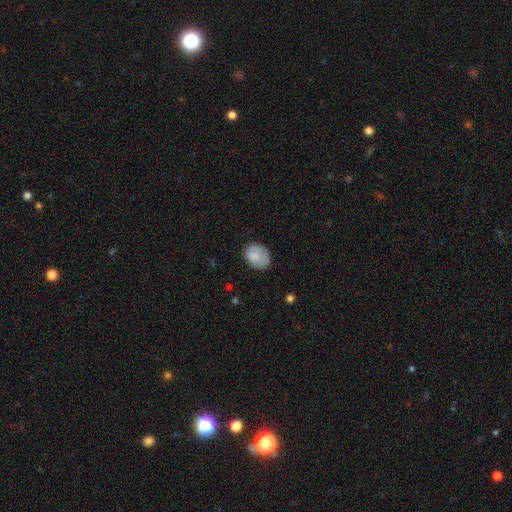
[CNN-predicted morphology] smooth 80%, featured or disk 13%, star or artifact 7%. Down the decision tree: how rounded — in between (62%); merging — none (72%).